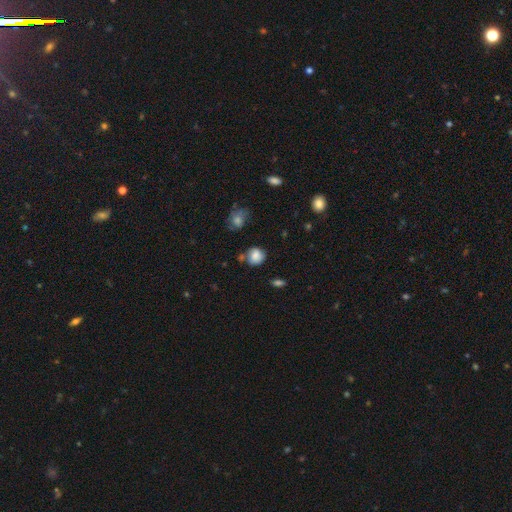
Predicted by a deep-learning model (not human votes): This is likely a smooth galaxy (78%). How rounded: likely round (77%). Merging: likely none (63%).